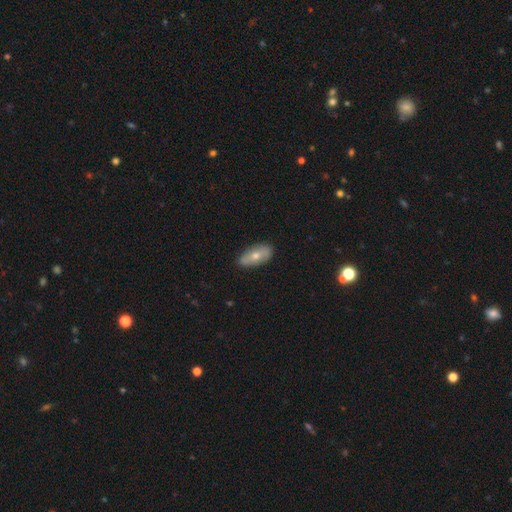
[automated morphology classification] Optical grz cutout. It shows a smooth galaxy with no disk features (65%) that is in between round and cigar-shaped (89%). Merging: none (81%).